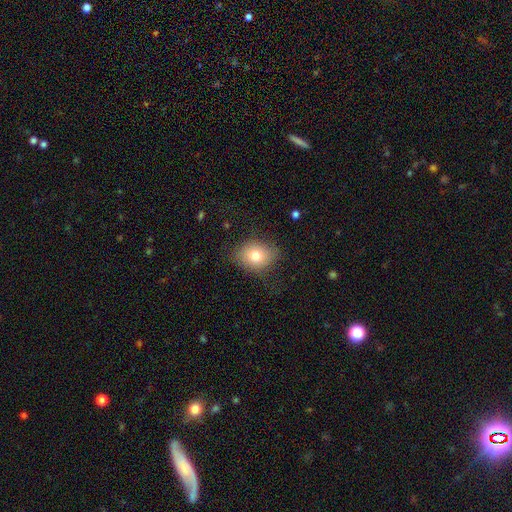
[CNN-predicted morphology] This appears to be a smooth galaxy with no disk features (76%) that is in between round and cigar-shaped (55%). Merging: none (73%).